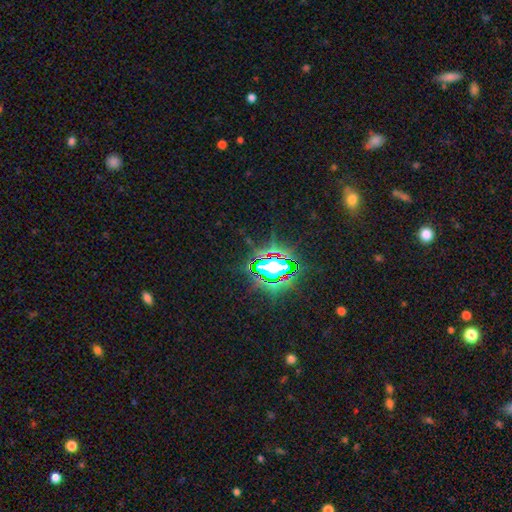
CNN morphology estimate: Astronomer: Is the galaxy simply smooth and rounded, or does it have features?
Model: star or artifact — 82%.